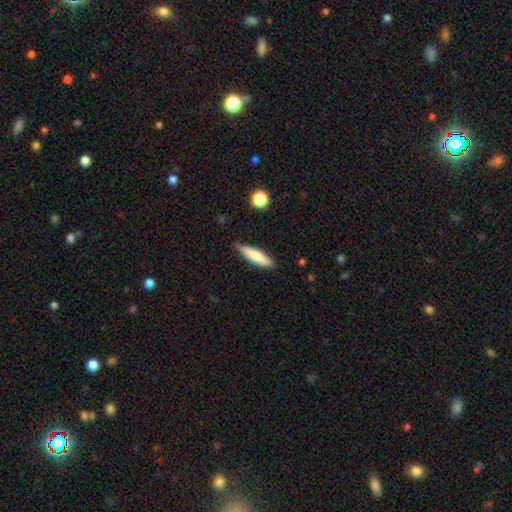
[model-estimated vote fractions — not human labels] A smooth galaxy with no disk features (79%) that is cigar-shaped (73%).

Vote fractions:
- Smooth or featured? smooth: 79% / featured or disk: 15% / star or artifact: 6%
- How rounded? cigar-shaped: 73% / in between: 26% / round: 1%
- Merging? none: 77% / minor disturbance: 19% / major disturbance: 3% / merger: 1%